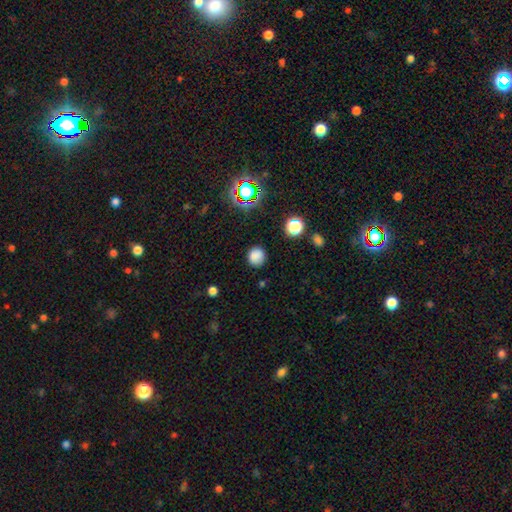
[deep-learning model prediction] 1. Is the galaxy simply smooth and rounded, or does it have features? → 79% smooth, 16% star or artifact, 5% featured or disk.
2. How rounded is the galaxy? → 85% round, 14% in between, 1% cigar-shaped.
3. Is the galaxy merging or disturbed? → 85% none, 11% minor disturbance, 3% major disturbance, 2% merger.